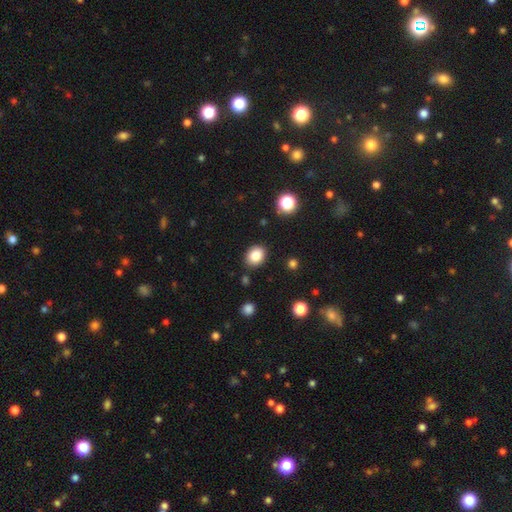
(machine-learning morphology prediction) Smooth or featured: smooth — 84% (star or artifact — 10%)
How rounded: round — 51% (in between — 49%)
Merging: none — 87% (minor disturbance — 9%)